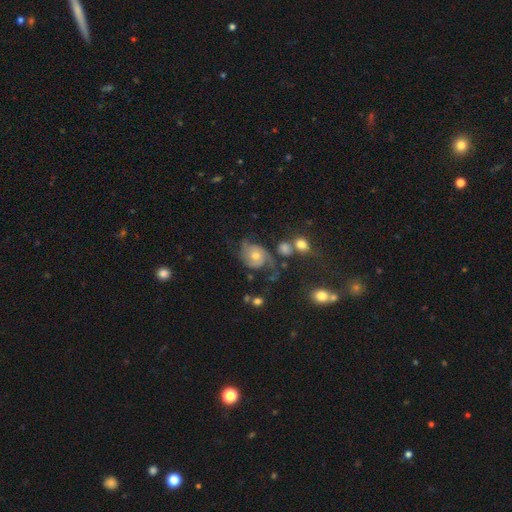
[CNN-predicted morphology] A featured or disk galaxy (77%) with no bar (75%), 2 (65%) medium (42%) spiral arms (93%) and a moderate central bulge (58%).

Vote fractions:
- Smooth or featured? featured or disk: 77% / smooth: 16% / star or artifact: 8%
- Edge-on disk? no: 97% / yes: 3%
- Bar? no: 75% / weak: 21% / strong: 4%
- Spiral arms? yes: 93% / no: 7%
- Spiral winding? medium: 42% / loose: 36% / tight: 23%
- Spiral arm count? 2: 65% / 1: 11% / can't tell: 10% / 3: 10% / 4: 3% / more than 4: 2%
- Bulge size? moderate: 58% / small: 34% / large: 4% / none: 2% / dominant: 1%
- Merging? none: 44% / major disturbance: 26% / minor disturbance: 22% / merger: 8%